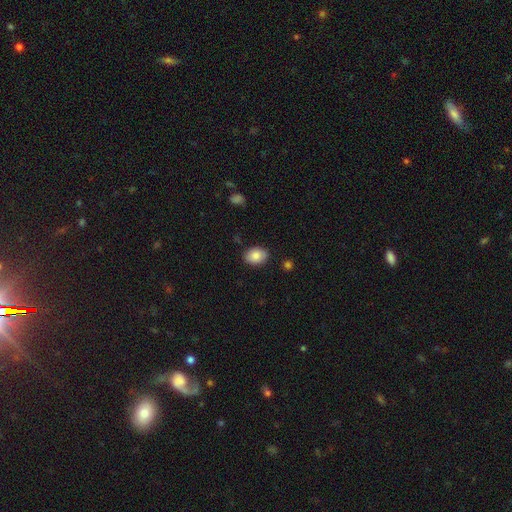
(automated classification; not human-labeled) Smooth or featured?
  - smooth: 86% *
  - star or artifact: 7%
  - featured or disk: 7%
How rounded?
  - in between: 72% *
  - round: 27%
  - cigar-shaped: 1%
Merging?
  - none: 86% *
  - minor disturbance: 10%
  - major disturbance: 2%
  - merger: 1%